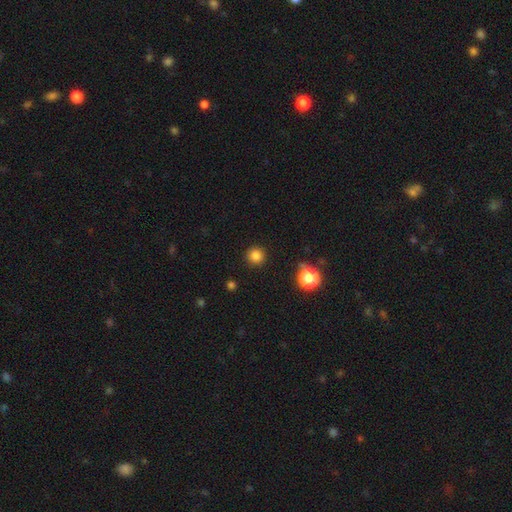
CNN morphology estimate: Smooth or featured? Predicted: smooth (p=0.83). How rounded? Predicted: round (p=0.95). Merging? Predicted: none (p=0.91).